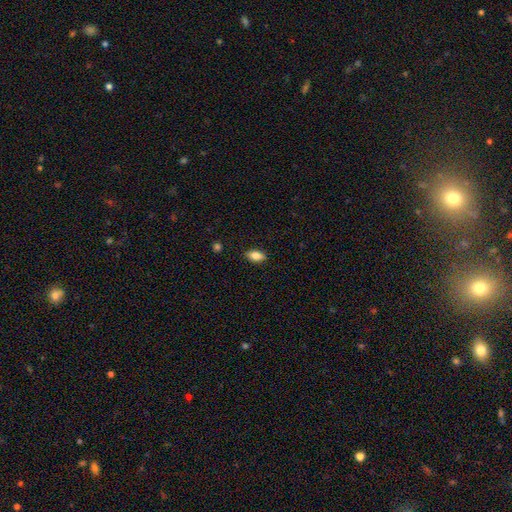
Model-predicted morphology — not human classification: This appears to be a smooth galaxy with no disk features (81%) that is in between round and cigar-shaped (89%). Merging: none (88%).